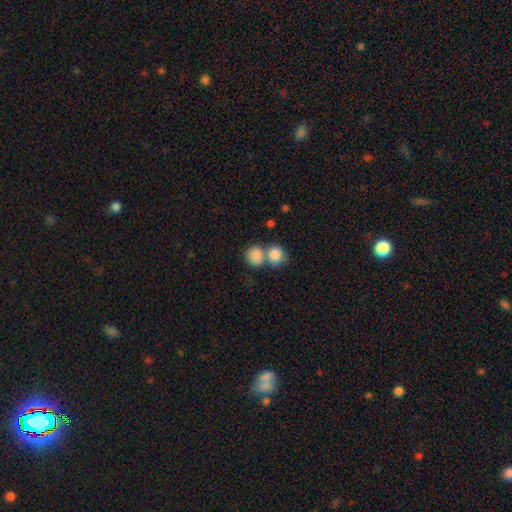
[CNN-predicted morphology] smooth_or_featured: smooth (p=0.85) [alt: star or artifact p=0.08]
how_rounded: round (p=0.72) [alt: in between p=0.27]
merging: merger (p=0.50) [alt: none p=0.38]